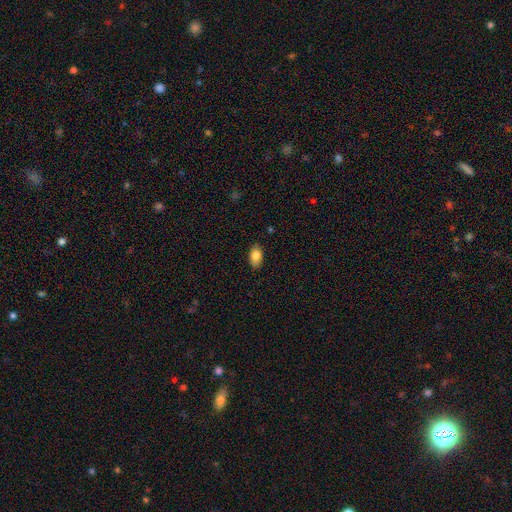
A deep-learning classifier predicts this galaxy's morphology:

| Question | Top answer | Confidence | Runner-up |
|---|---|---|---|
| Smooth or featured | smooth | 84% | featured or disk (8%) |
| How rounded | in between | 91% | round (7%) |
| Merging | none | 85% | minor disturbance (11%) |